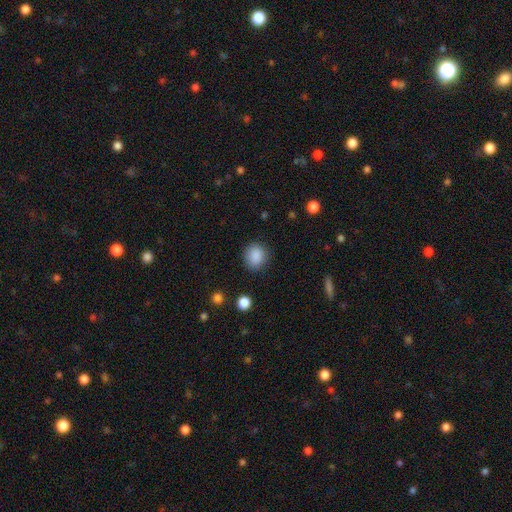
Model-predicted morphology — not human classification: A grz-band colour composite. It shows a smooth galaxy with no disk features (87%) that is round (73%). Merging: none (84%).